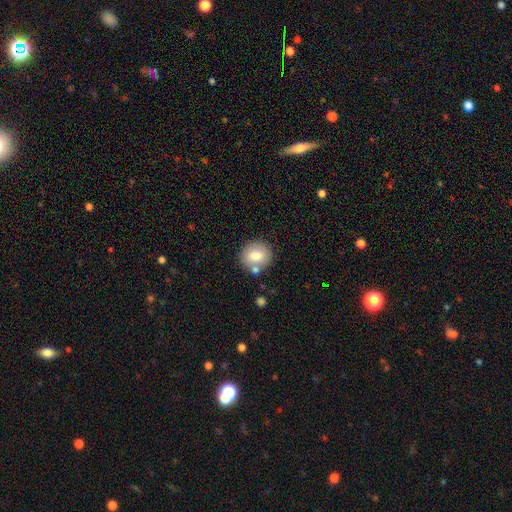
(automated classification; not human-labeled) Smooth or featured?
  - smooth: 77% *
  - featured or disk: 14%
  - star or artifact: 9%
How rounded?
  - round: 85% *
  - in between: 14%
  - cigar-shaped: 1%
Merging?
  - none: 74% *
  - merger: 12%
  - minor disturbance: 11%
  - major disturbance: 3%